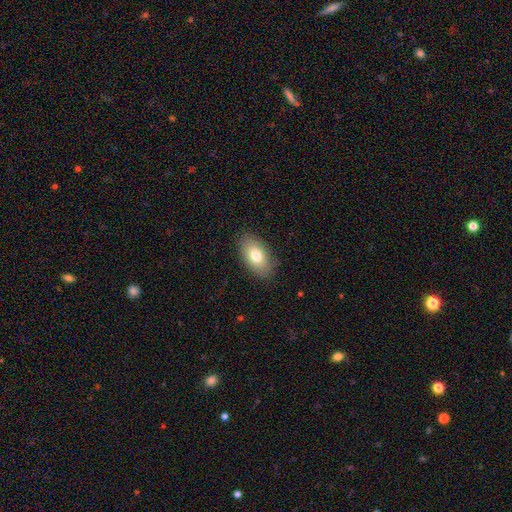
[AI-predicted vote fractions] smooth 78%, featured or disk 15%, star or artifact 7%. Down the decision tree: how rounded — in between (93%); merging — none (86%).